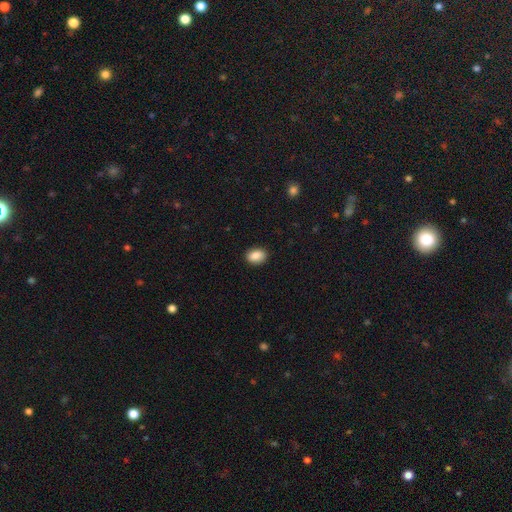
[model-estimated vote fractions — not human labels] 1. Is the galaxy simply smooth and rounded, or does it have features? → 89% smooth, 8% star or artifact, 4% featured or disk.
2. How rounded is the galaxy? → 76% in between, 22% round, 1% cigar-shaped.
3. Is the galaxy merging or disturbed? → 88% none, 9% minor disturbance, 2% major disturbance, 1% merger.